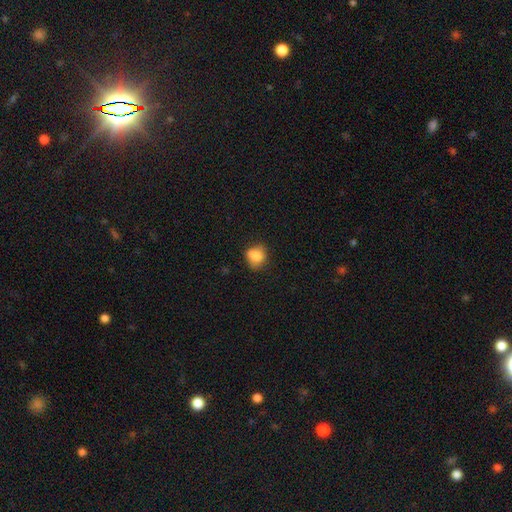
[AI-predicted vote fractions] A smooth galaxy with no disk features (82%) that is round (68%). Merging: none (63%).